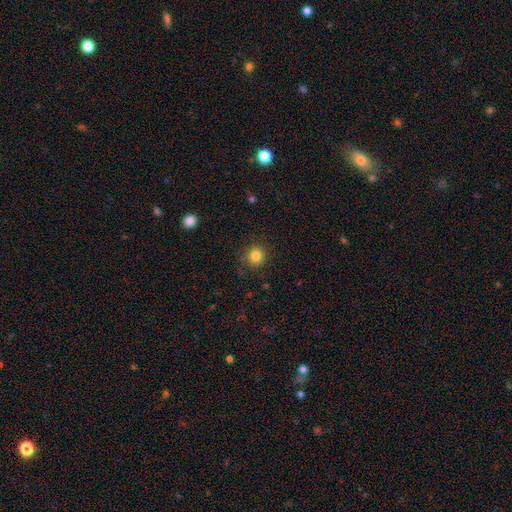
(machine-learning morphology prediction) Smooth or featured: smooth — 83% (star or artifact — 12%)
How rounded: round — 91% (in between — 8%)
Merging: none — 86% (minor disturbance — 9%)